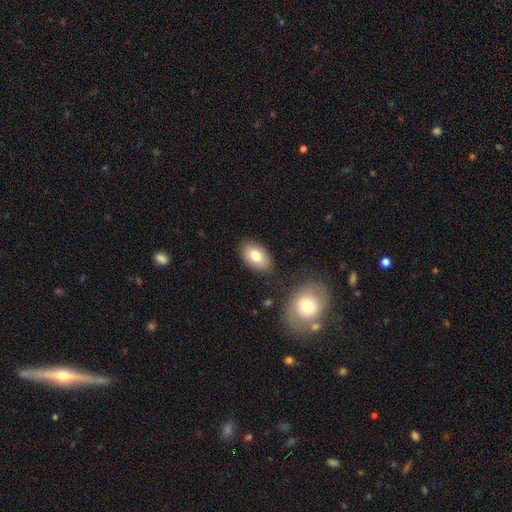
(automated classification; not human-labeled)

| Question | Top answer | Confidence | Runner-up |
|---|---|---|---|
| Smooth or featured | smooth | 78% | featured or disk (15%) |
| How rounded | in between | 91% | round (8%) |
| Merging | none | 83% | minor disturbance (11%) |